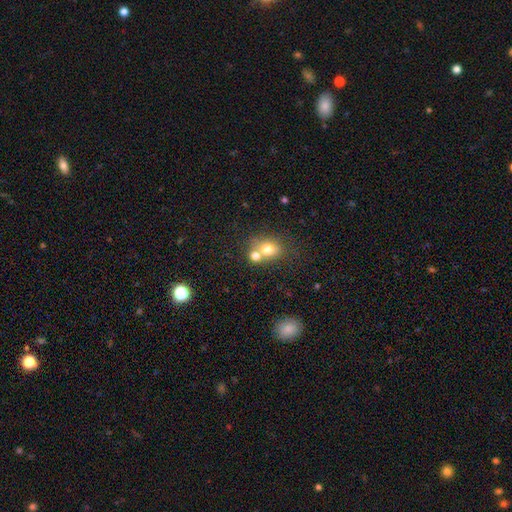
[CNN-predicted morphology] smooth_or_featured: smooth (p=0.72) [alt: featured or disk p=0.15]
how_rounded: round (p=0.64) [alt: in between p=0.35]
merging: merger (p=0.48) [alt: none p=0.40]